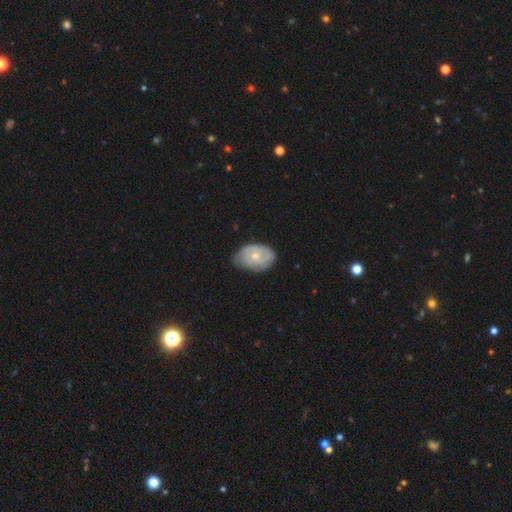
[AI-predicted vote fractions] This appears to be a featured or disk galaxy (48%). Merging: none (61%).